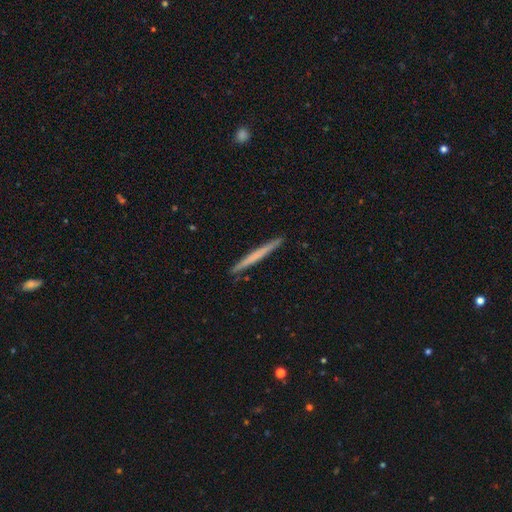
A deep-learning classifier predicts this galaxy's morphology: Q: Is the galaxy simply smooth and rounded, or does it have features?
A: smooth — 54%.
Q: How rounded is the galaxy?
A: cigar-shaped — 97%.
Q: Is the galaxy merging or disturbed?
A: none — 92%.